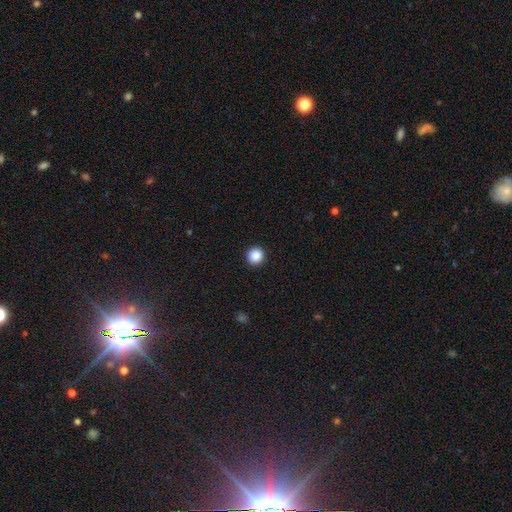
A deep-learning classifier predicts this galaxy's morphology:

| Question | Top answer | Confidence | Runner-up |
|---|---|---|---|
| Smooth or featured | smooth | 87% | star or artifact (10%) |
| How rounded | round | 95% | in between (4%) |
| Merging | none | 94% | minor disturbance (4%) |